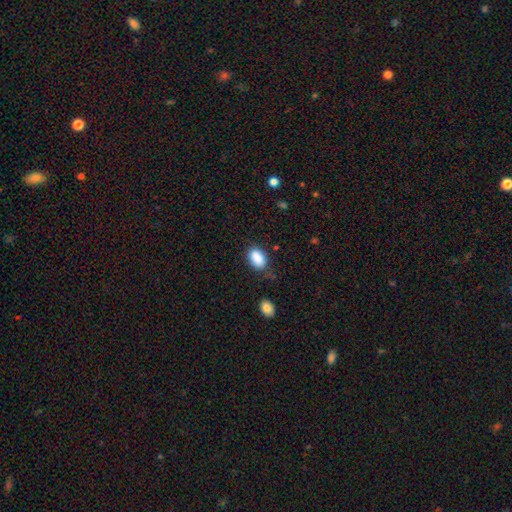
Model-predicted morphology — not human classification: type=smooth (89%); roundness=in between (88%); merging=none (77%).